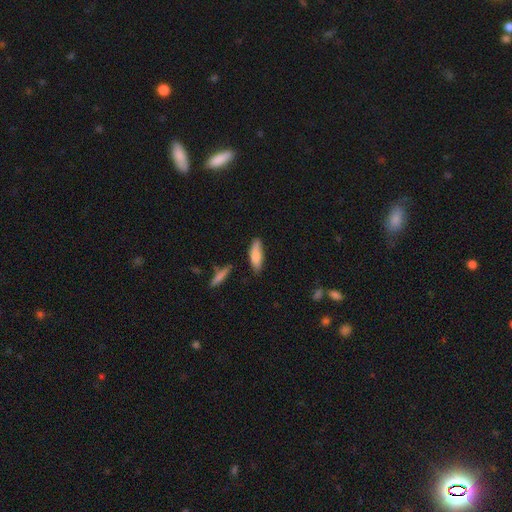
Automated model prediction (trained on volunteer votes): Smooth or featured? Predicted: smooth (p=0.80). How rounded? Predicted: in between (p=0.57). Merging? Predicted: none (p=0.77).